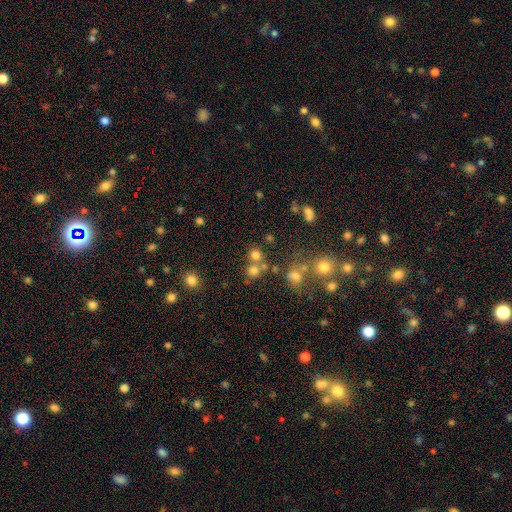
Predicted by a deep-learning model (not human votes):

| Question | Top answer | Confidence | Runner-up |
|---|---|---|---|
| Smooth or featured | smooth | 72% | star or artifact (19%) |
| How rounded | round | 89% | in between (10%) |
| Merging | none | 61% | merger (29%) |